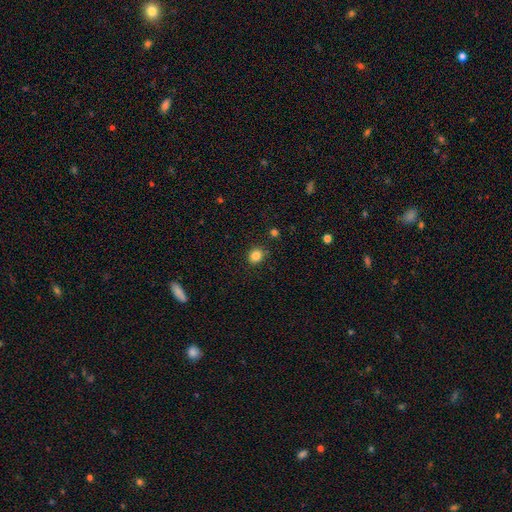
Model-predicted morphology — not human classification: smooth-or-featured: smooth: 84% | star or artifact: 11% | featured or disk: 5%
  how-rounded: round: 72% | in between: 27% | cigar-shaped: 1%
  merging: none: 86% | minor disturbance: 9% | major disturbance: 2% | merger: 2%